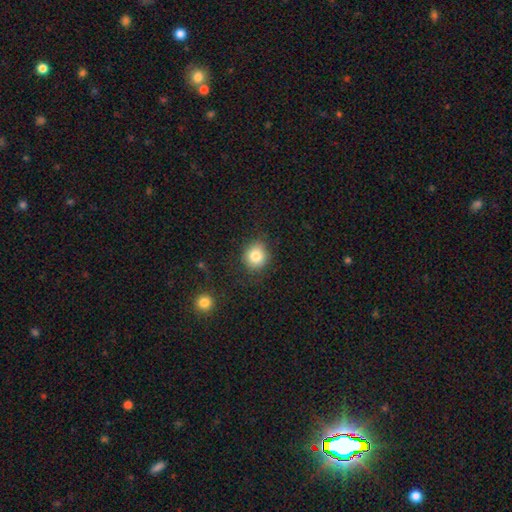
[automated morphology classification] This is clearly a smooth galaxy (82%). How rounded: likely round (79%). Merging: clearly none (81%).